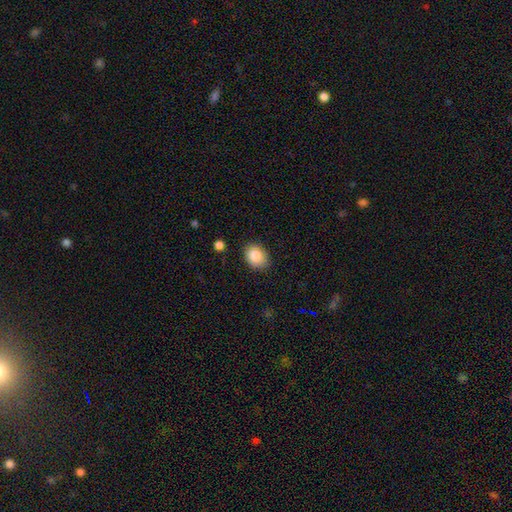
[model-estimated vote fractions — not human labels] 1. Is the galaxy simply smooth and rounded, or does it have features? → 85% smooth, 8% star or artifact, 7% featured or disk.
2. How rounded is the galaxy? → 61% in between, 38% round, 1% cigar-shaped.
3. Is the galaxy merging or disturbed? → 84% none, 12% minor disturbance, 2% major disturbance, 1% merger.